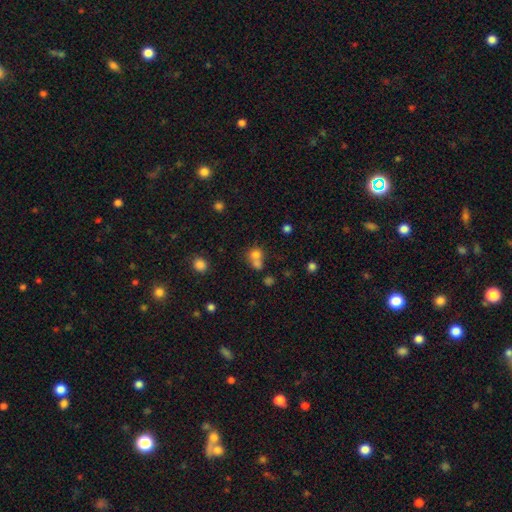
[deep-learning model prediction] Overall: smooth (73%). How rounded: round (76%). Merging: merger (55%; none 34%).